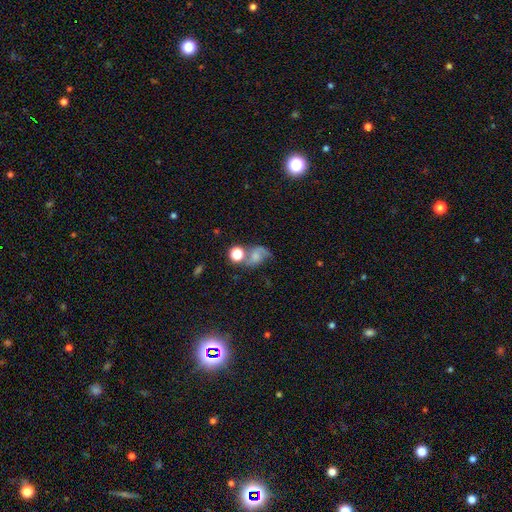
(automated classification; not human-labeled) Smooth or featured? featured or disk (42%, tied with smooth)
Merging? none (35%)